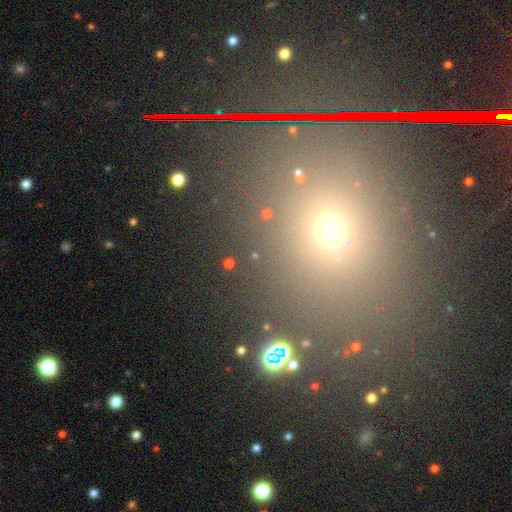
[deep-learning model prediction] A star or artifact, not a galaxy (46%).